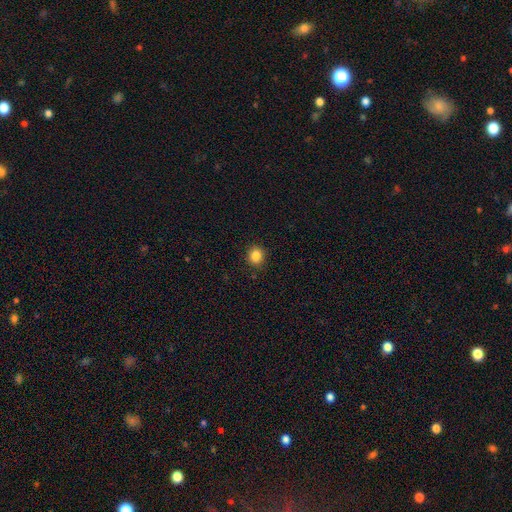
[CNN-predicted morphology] Smooth or featured? Predicted: smooth (p=0.85). How rounded? Predicted: round (p=0.78). Merging? Predicted: none (p=0.90).